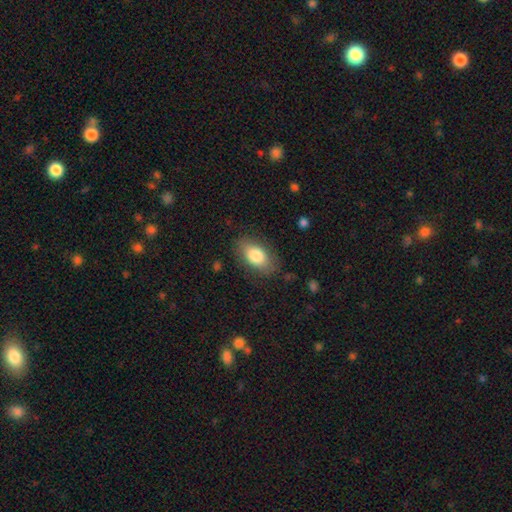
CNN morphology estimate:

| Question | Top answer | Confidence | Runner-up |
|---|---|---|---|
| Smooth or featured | smooth | 80% | featured or disk (13%) |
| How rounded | in between | 91% | round (7%) |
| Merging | none | 80% | minor disturbance (14%) |